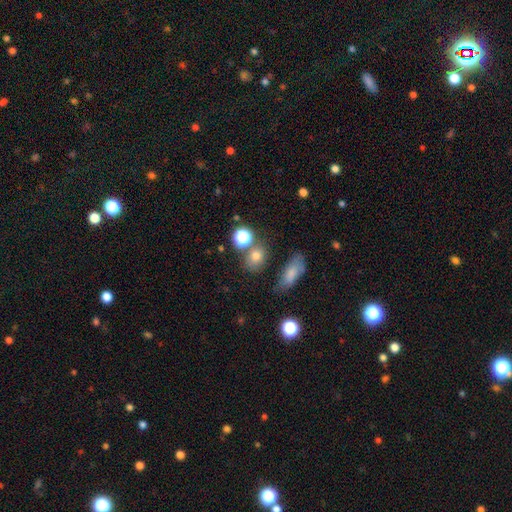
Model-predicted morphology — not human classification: The model was most divided on "how rounded": round: 58%, in between: 40%, cigar-shaped: 2%. More confident: smooth or featured — smooth (74%); merging — none (66%).